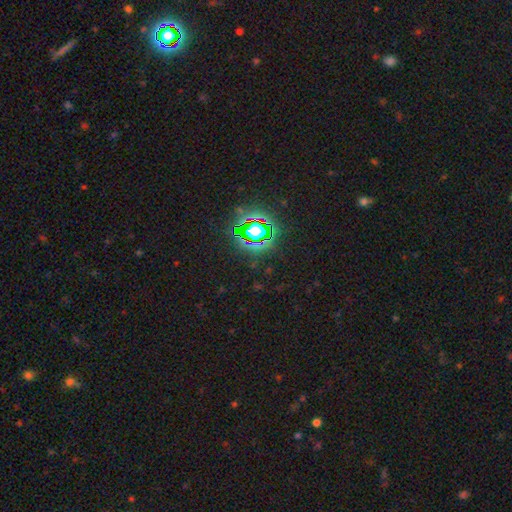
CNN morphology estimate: Smooth or featured? Predicted: star or artifact (p=0.79).